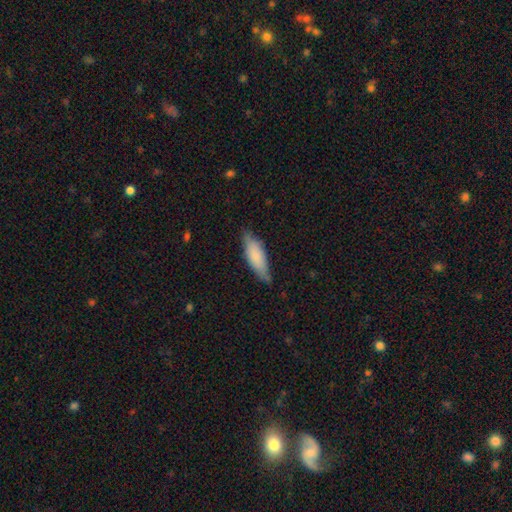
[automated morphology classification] A smooth galaxy with no disk features (77%) that is in between round and cigar-shaped (56%).

Vote fractions:
- Smooth or featured? smooth: 77% / featured or disk: 17% / star or artifact: 6%
- How rounded? in between: 56% / cigar-shaped: 42% / round: 2%
- Merging? none: 73% / minor disturbance: 22% / major disturbance: 4% / merger: 1%